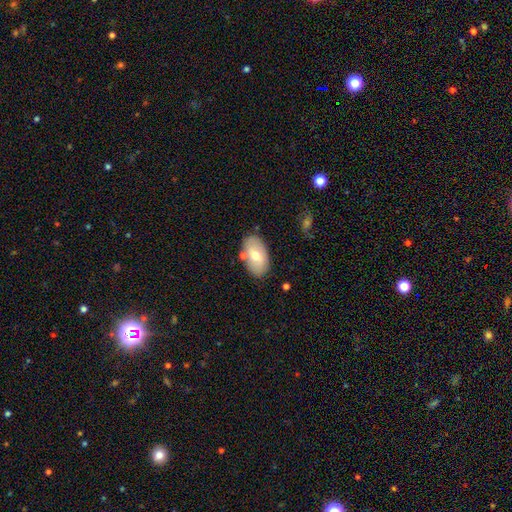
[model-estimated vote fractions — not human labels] Smooth or featured: smooth — 65% (featured or disk — 29%)
How rounded: in between — 93% (round — 5%)
Merging: none — 78% (minor disturbance — 13%)